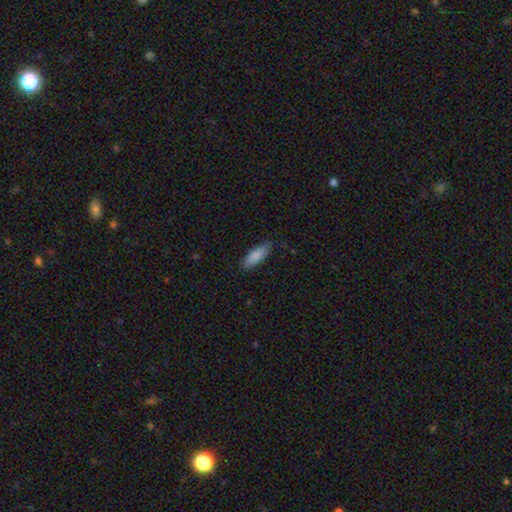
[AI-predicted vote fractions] This appears to be a smooth galaxy with no disk features (86%) that is in between round and cigar-shaped (62%). Merging: none (80%).